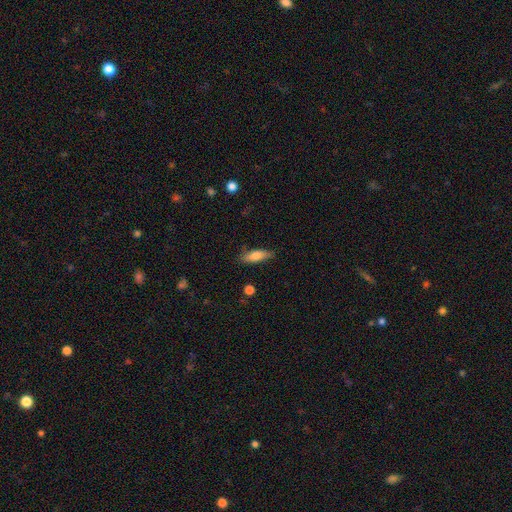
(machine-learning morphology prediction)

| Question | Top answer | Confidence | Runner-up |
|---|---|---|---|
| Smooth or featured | smooth | 76% | featured or disk (17%) |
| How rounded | in between | 50% | cigar-shaped (47%) |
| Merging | none | 78% | minor disturbance (17%) |